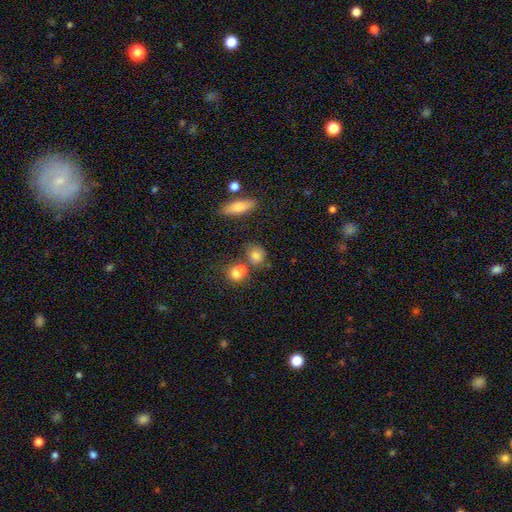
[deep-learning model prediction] A smooth galaxy with no disk features (77%) that is round (68%). Merging: none (55%).